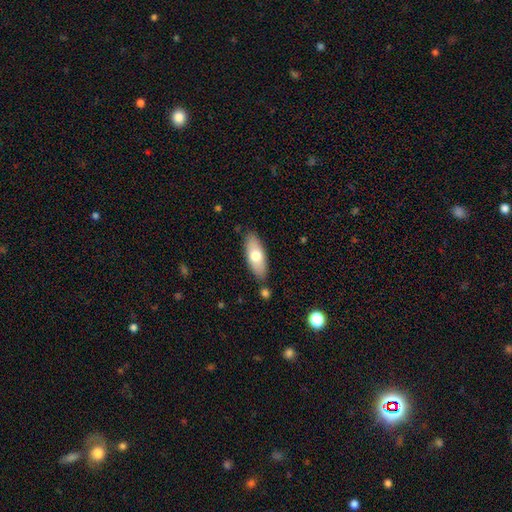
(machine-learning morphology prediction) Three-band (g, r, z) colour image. It shows a smooth galaxy with no disk features (70%) that is in between round and cigar-shaped (74%). Merging: none (83%).